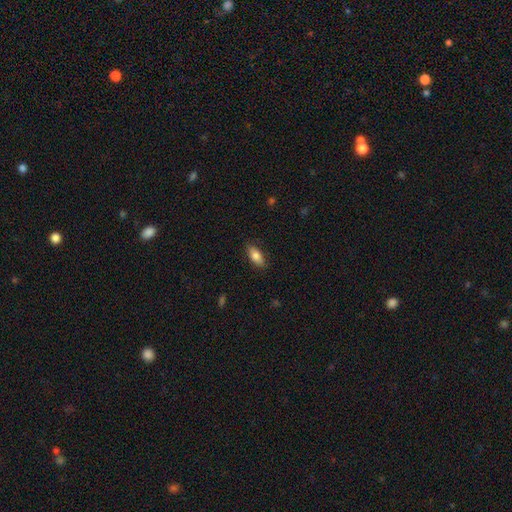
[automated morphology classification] Smooth or featured? Predicted: smooth (p=0.80). How rounded? Predicted: in between (p=0.84). Merging? Predicted: none (p=0.85).